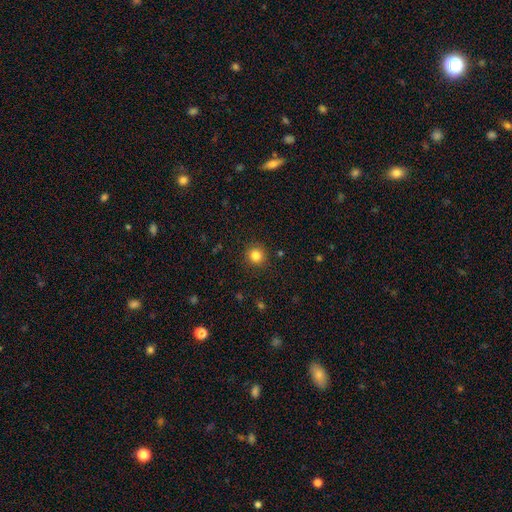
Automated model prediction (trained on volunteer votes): This is clearly a smooth galaxy (83%). How rounded: clearly round (92%). Merging: clearly none (90%).